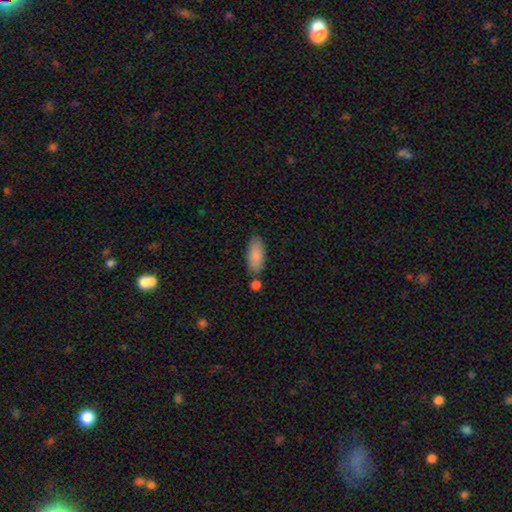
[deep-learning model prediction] smooth-or-featured: smooth: 86% | featured or disk: 8% | star or artifact: 6%
  how-rounded: in between: 85% | cigar-shaped: 13% | round: 2%
  merging: none: 74% | minor disturbance: 14% | merger: 9% | major disturbance: 3%